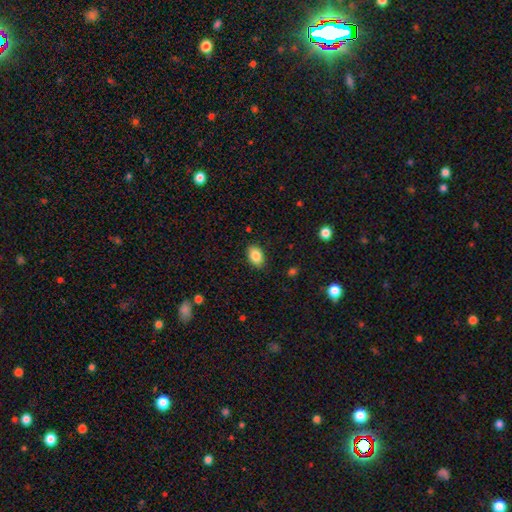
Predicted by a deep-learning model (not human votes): smooth_or_featured: smooth (p=0.86) [alt: star or artifact p=0.08]
how_rounded: in between (p=0.85) [alt: round p=0.14]
merging: none (p=0.87) [alt: minor disturbance p=0.10]